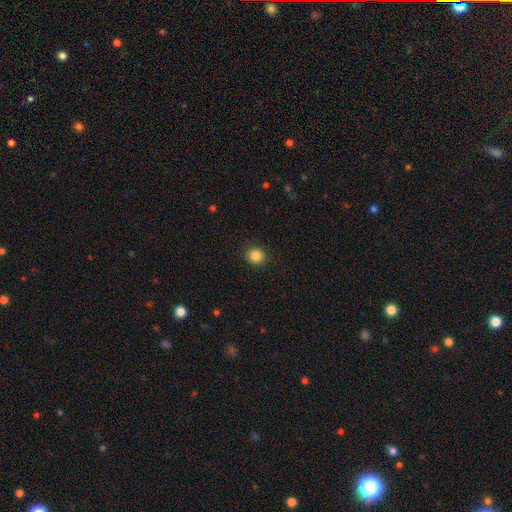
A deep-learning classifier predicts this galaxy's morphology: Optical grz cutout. It shows a smooth galaxy with no disk features (85%) that is round (89%). Merging: none (92%).